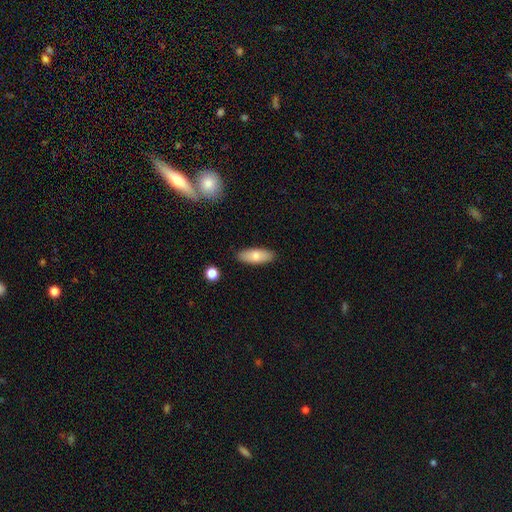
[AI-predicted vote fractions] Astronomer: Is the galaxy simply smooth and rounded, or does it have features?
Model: smooth — 76%.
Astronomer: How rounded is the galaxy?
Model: in between — 74%.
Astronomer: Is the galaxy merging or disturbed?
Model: none — 88%.